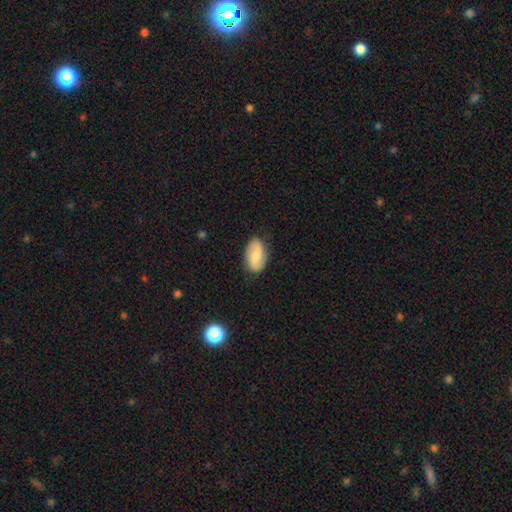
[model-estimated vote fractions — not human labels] Smooth or featured: smooth — 48% (featured or disk — 45%)
Merging: none — 84% (minor disturbance — 12%)